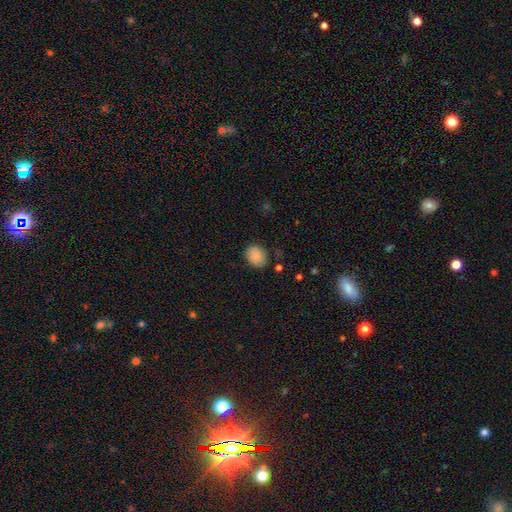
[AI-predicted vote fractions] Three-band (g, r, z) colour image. It shows a smooth galaxy with no disk features (85%) that is in between round and cigar-shaped (51%). Merging: none (80%).